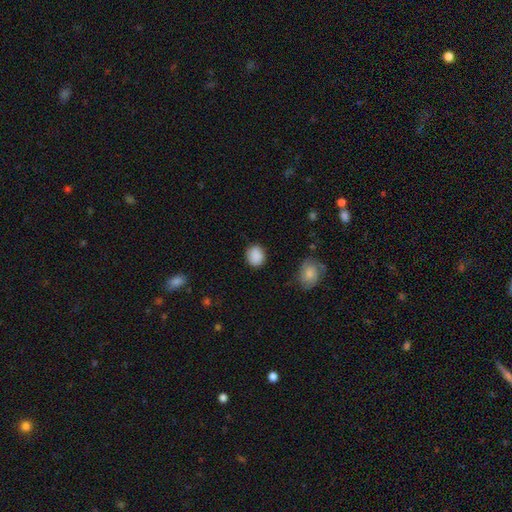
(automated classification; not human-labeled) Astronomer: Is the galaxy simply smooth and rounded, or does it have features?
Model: smooth — 88%.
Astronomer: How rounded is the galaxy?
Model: round — 70%.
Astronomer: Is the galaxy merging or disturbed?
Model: none — 84%.